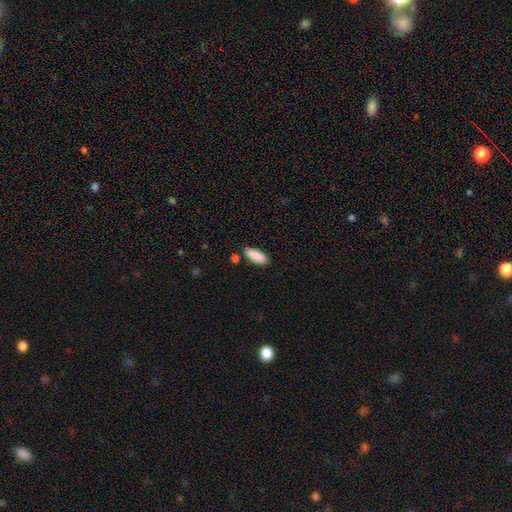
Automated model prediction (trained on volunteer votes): Q: Smooth or featured?
A: smooth (89%); runner-up: star or artifact (6%)
Q: How rounded?
A: in between (77%); runner-up: cigar-shaped (22%)
Q: Merging?
A: none (83%); runner-up: minor disturbance (11%)